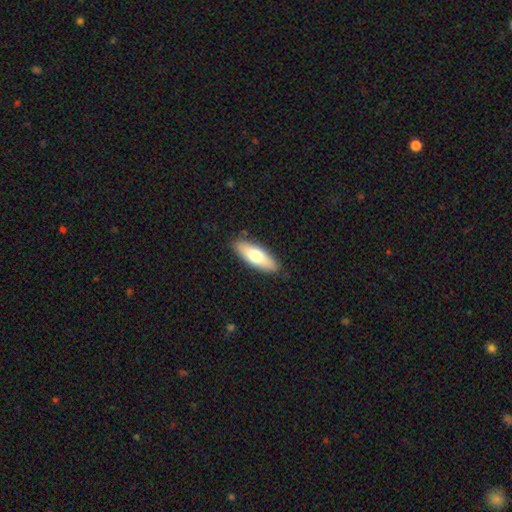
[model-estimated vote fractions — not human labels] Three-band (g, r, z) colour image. It shows a smooth galaxy with no disk features (69%) that is in between round and cigar-shaped (63%). Merging: none (87%).